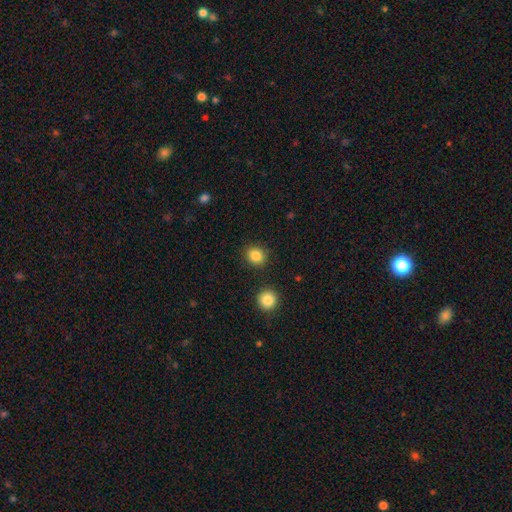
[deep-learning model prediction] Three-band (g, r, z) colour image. It shows a smooth galaxy with no disk features (85%) that is round (78%). Merging: none (88%).